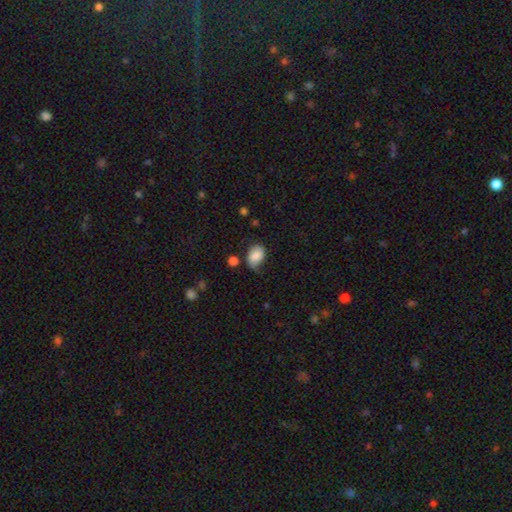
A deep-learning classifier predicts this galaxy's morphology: Smooth or featured: smooth — 81% (featured or disk — 11%)
How rounded: in between — 78% (round — 21%)
Merging: none — 47% (minor disturbance — 38%)